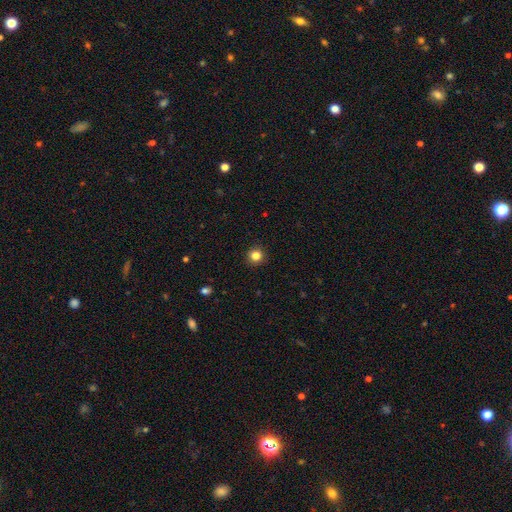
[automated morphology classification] This is clearly a smooth galaxy (83%). How rounded: clearly round (94%). Merging: clearly none (92%).